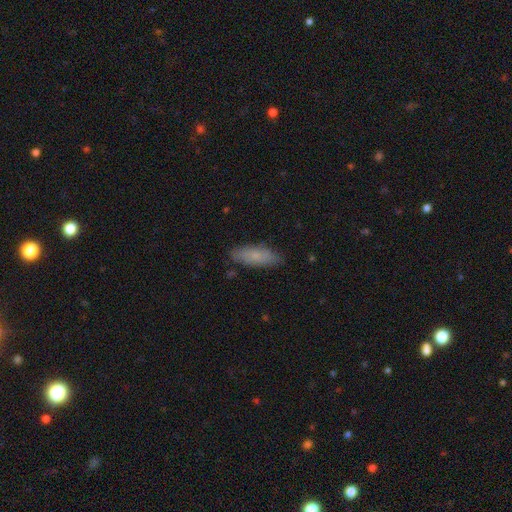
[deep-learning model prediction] This is likely a smooth galaxy (73%). How rounded: possibly in between (60%). Merging: clearly none (83%).